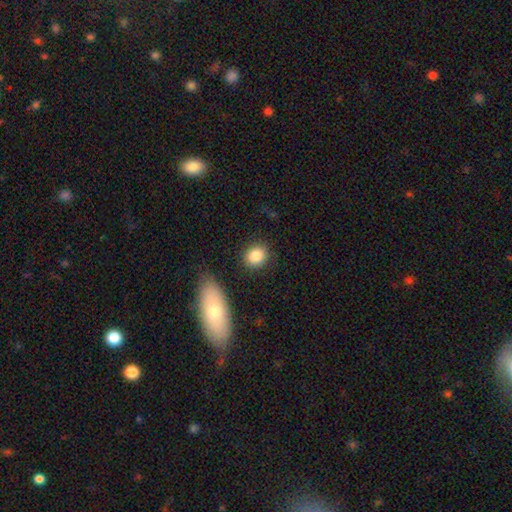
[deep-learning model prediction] smooth-or-featured: smooth: 86% | star or artifact: 8% | featured or disk: 5%
  how-rounded: round: 62% | in between: 36% | cigar-shaped: 2%
  merging: none: 84% | minor disturbance: 10% | major disturbance: 3% | merger: 3%